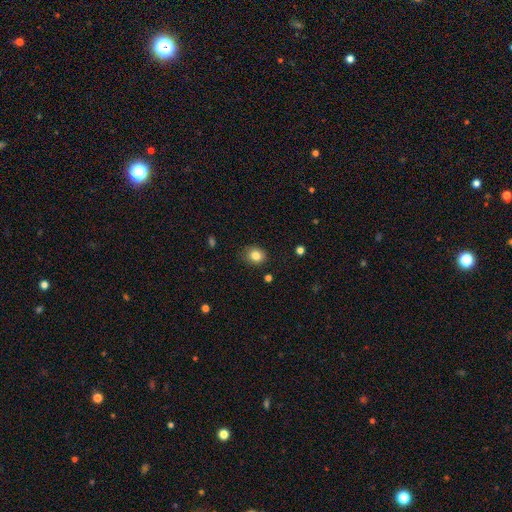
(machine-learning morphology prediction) This appears to be a smooth galaxy with no disk features (83%) that is round (63%). Merging: none (82%).